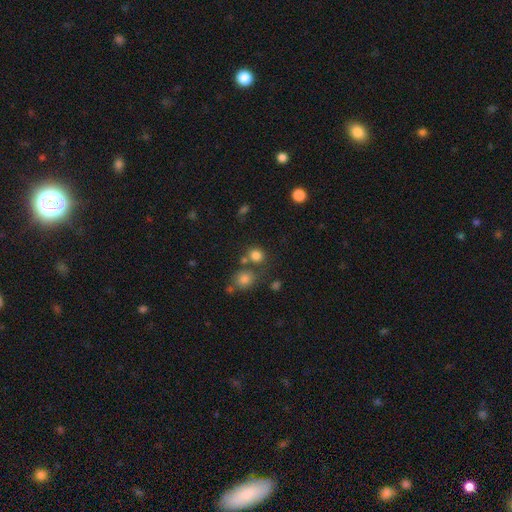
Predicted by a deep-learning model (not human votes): smooth-or-featured: smooth: 80% | star or artifact: 14% | featured or disk: 6%
  how-rounded: round: 80% | in between: 19% | cigar-shaped: 1%
  merging: none: 66% | merger: 19% | minor disturbance: 10% | major disturbance: 5%